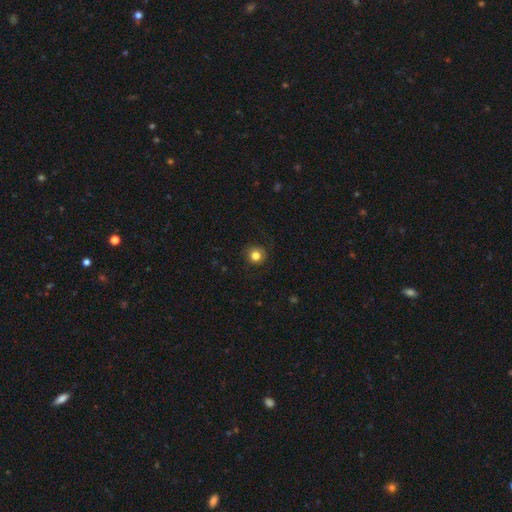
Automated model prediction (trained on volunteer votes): The model was most divided on "smooth or featured": smooth: 83%, star or artifact: 12%, featured or disk: 6%. More confident: how rounded — round (92%); merging — none (88%).